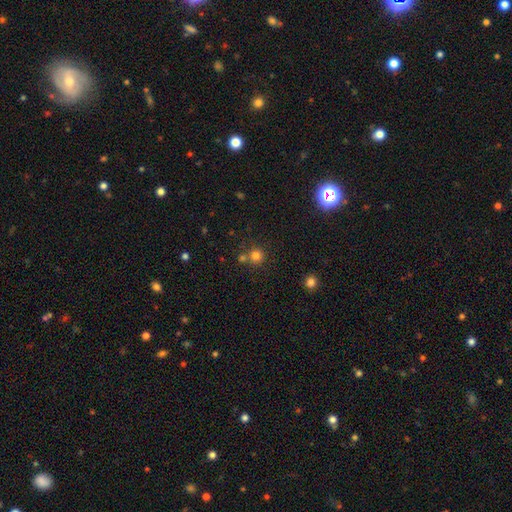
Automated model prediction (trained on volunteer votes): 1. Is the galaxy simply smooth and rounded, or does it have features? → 78% smooth, 15% star or artifact, 6% featured or disk.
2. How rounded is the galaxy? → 93% round, 6% in between, 1% cigar-shaped.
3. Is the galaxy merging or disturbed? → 69% none, 21% merger, 7% minor disturbance, 3% major disturbance.